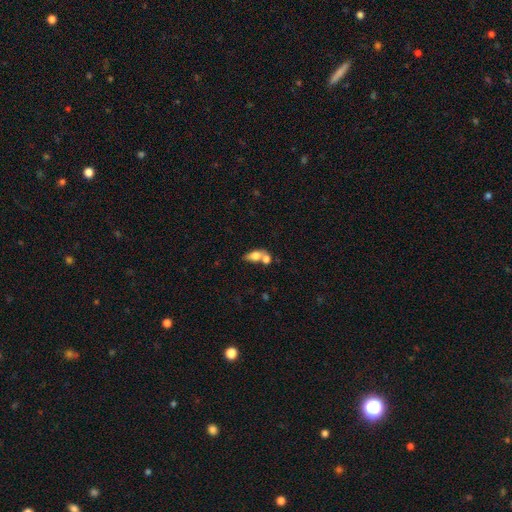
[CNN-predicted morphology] This is likely a smooth galaxy (71%). How rounded: likely in between (79%). Merging: possibly merger (50%).